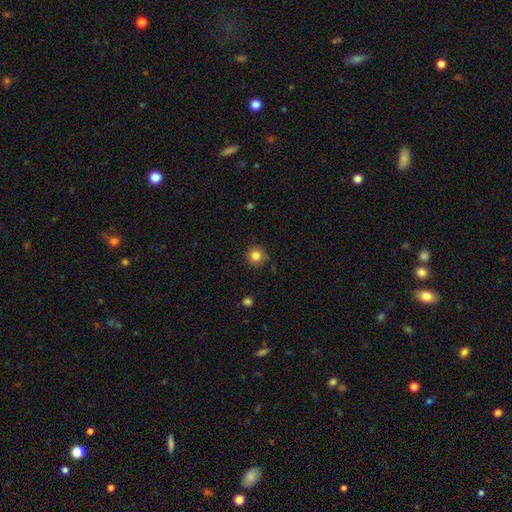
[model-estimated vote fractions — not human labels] A smooth galaxy with no disk features (83%) that is round (93%). Merging: none (86%).